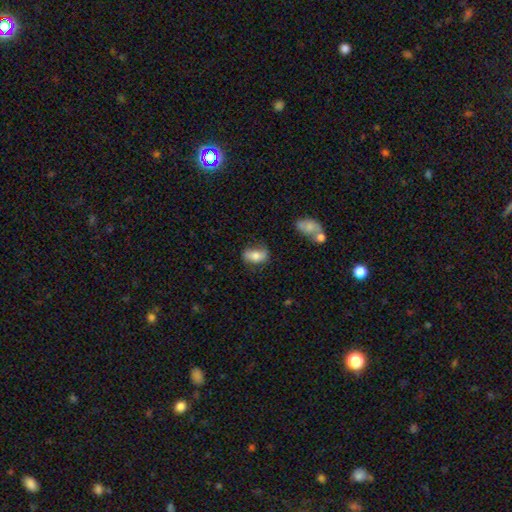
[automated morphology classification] A smooth galaxy with no disk features (72%) that is in between round and cigar-shaped (87%).

Vote fractions:
- Smooth or featured? smooth: 72% / featured or disk: 20% / star or artifact: 7%
- How rounded? in between: 87% / round: 8% / cigar-shaped: 5%
- Merging? none: 66% / minor disturbance: 24% / major disturbance: 7% / merger: 3%